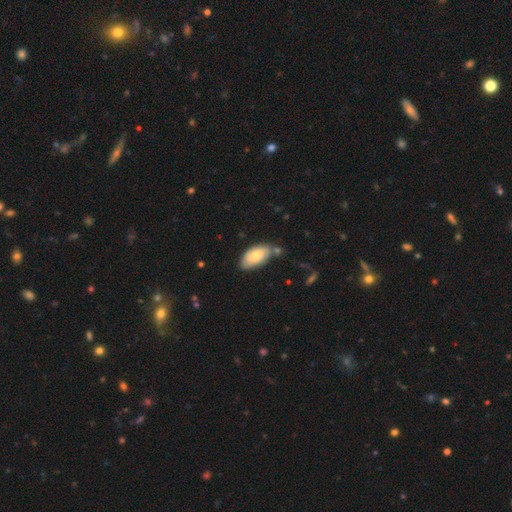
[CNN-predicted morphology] smooth-or-featured: smooth: 76% | featured or disk: 18% | star or artifact: 6%
  how-rounded: in between: 94% | cigar-shaped: 4% | round: 3%
  merging: none: 66% | minor disturbance: 19% | merger: 11% | major disturbance: 4%